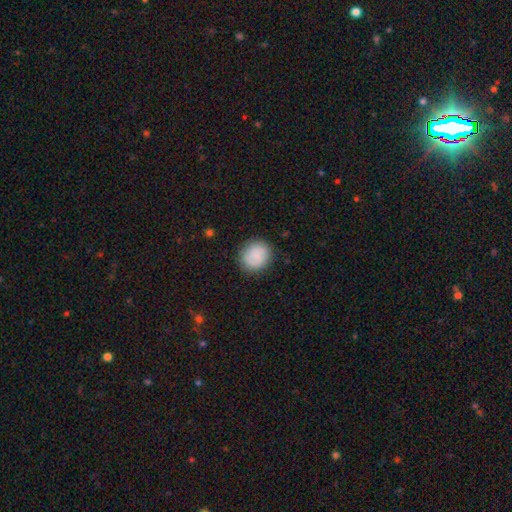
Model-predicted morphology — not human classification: This is clearly a smooth galaxy (83%). How rounded: clearly round (85%). Merging: clearly none (86%).